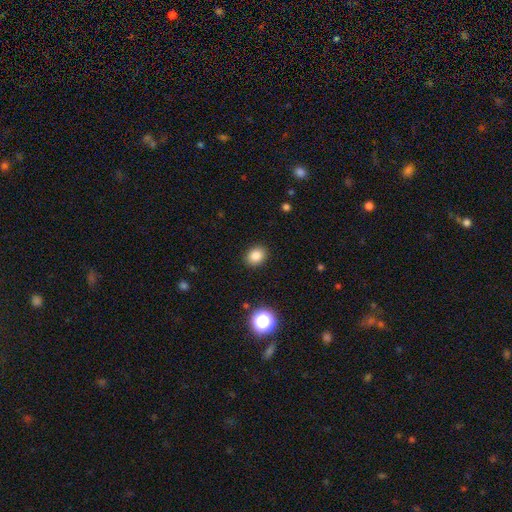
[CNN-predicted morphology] smooth-or-featured: smooth: 84% | star or artifact: 11% | featured or disk: 5%
  how-rounded: round: 52% | in between: 47% | cigar-shaped: 1%
  merging: none: 89% | minor disturbance: 7% | major disturbance: 2% | merger: 1%